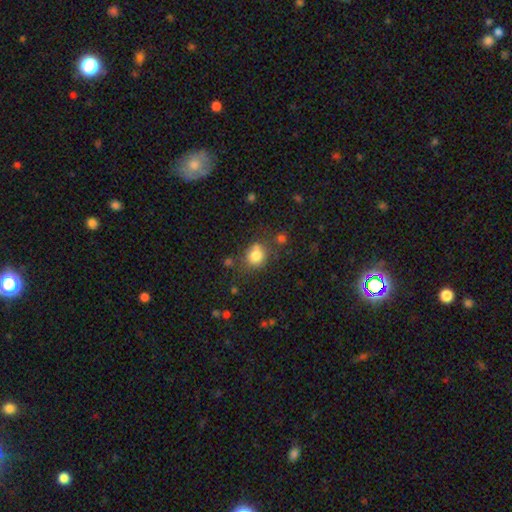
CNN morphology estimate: Smooth or featured? Predicted: smooth (p=0.81). How rounded? Predicted: round (p=0.74). Merging? Predicted: none (p=0.67).